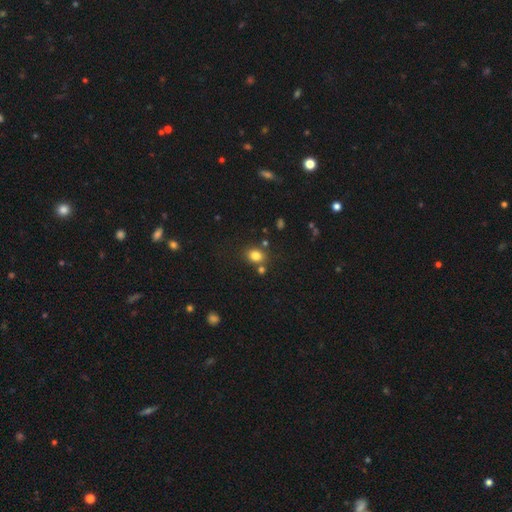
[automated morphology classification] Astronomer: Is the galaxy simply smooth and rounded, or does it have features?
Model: smooth — 81%.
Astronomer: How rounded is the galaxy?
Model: round — 57% (runner-up: in between, 42%).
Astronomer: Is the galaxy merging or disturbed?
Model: none — 73%.